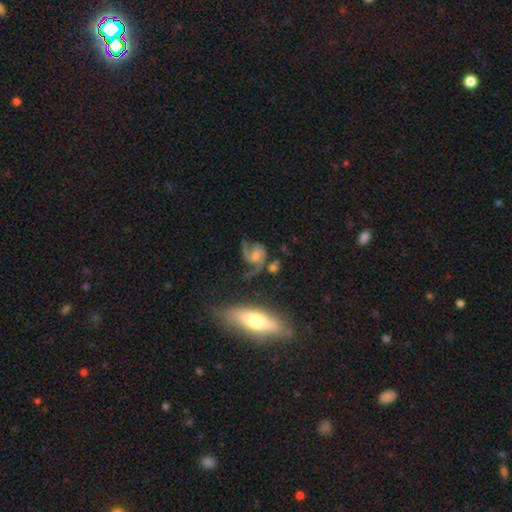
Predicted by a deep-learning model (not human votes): Smooth or featured?
  - featured or disk: 78% *
  - smooth: 14%
  - star or artifact: 8%
Edge-on disk?
  - no: 96% *
  - yes: 4%
Bar?
  - no: 58% *
  - weak: 33%
  - strong: 9%
Spiral arms?
  - yes: 94% *
  - no: 6%
Spiral winding?
  - medium: 50% *
  - loose: 32%
  - tight: 19%
Spiral arm count?
  - 2: 79% *
  - 1: 7%
  - can't tell: 6%
  - 3: 5%
  - 4: 2%
  - more than 4: 2%
Bulge size?
  - moderate: 41% * (tied)
  - small: 41% * (tied)
  - none: 10%
  - large: 7%
  - dominant: 2%
Merging?
  - none: 52% *
  - minor disturbance: 20%
  - major disturbance: 19%
  - merger: 9%